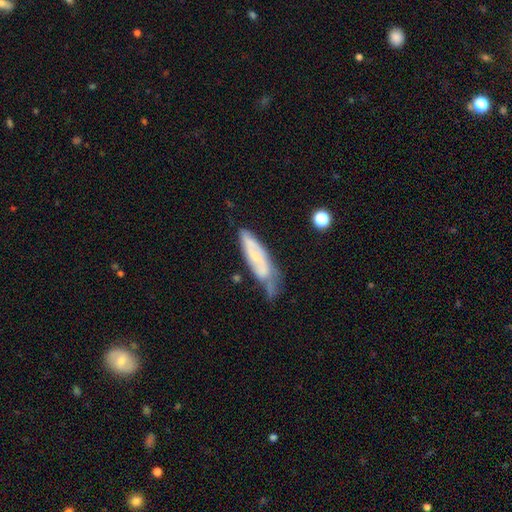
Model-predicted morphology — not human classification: A featured or disk galaxy (57%).

Vote fractions:
- Smooth or featured? featured or disk: 57% / smooth: 35% / star or artifact: 8%
- Edge-on disk? no: 73% / yes: 27%
- Merging? none: 40% / minor disturbance: 35% / major disturbance: 17% / merger: 7%